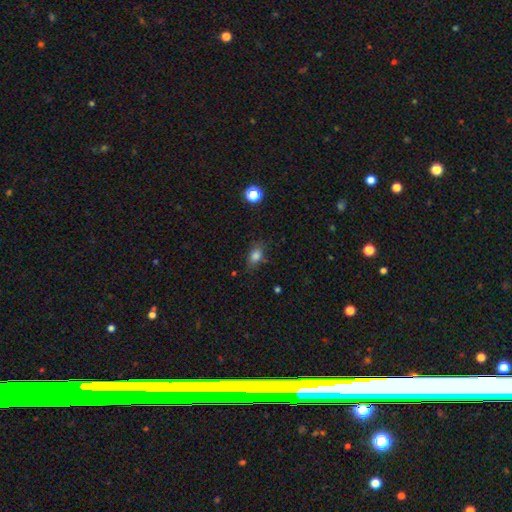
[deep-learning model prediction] A smooth galaxy with no disk features (80%) that is in between round and cigar-shaped (76%). Merging: none (70%).